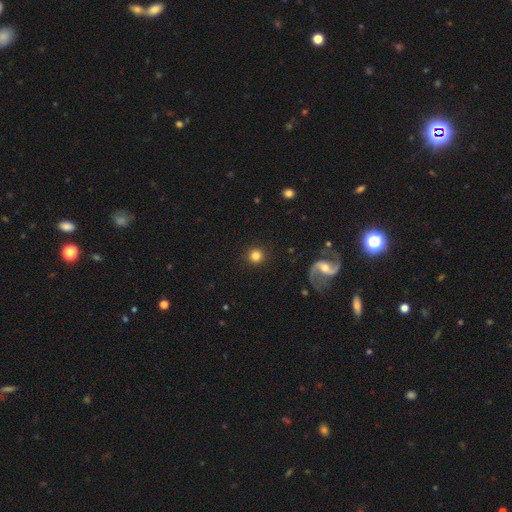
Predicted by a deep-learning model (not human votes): The model was most divided on "smooth or featured": smooth: 81%, star or artifact: 11%, featured or disk: 8%. More confident: how rounded — round (95%); merging — none (91%).